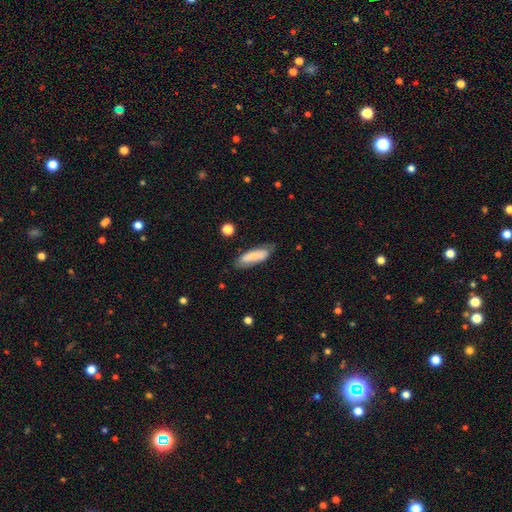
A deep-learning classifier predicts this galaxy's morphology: smooth 76%, featured or disk 17%, star or artifact 6%. Down the decision tree: how rounded — in between (54%); merging — none (65%).